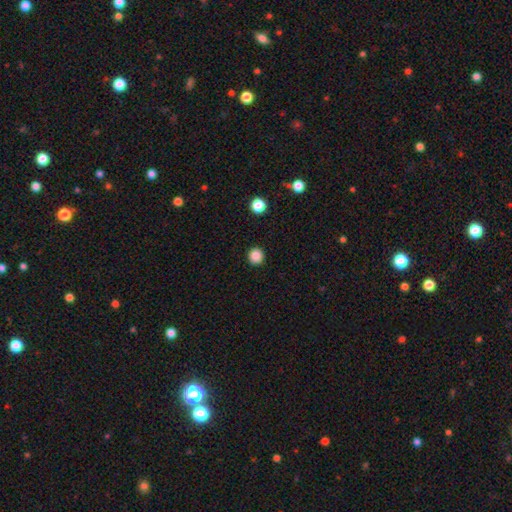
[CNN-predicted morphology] The model was most divided on "smooth or featured": smooth: 86%, star or artifact: 11%, featured or disk: 3%. More confident: how rounded — round (94%); merging — none (93%).